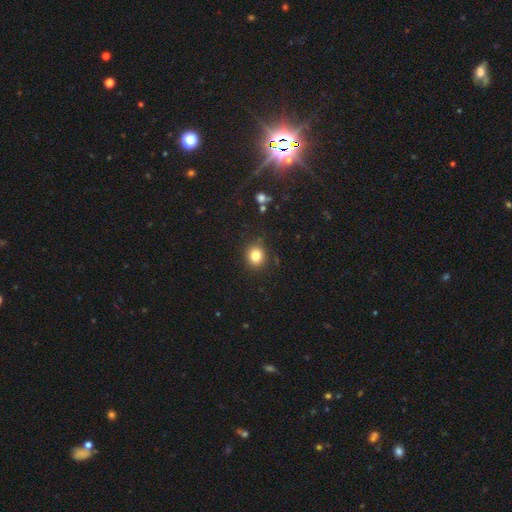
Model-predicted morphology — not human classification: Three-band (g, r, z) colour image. It shows a smooth galaxy with no disk features (82%) that is round (80%). Merging: none (87%).